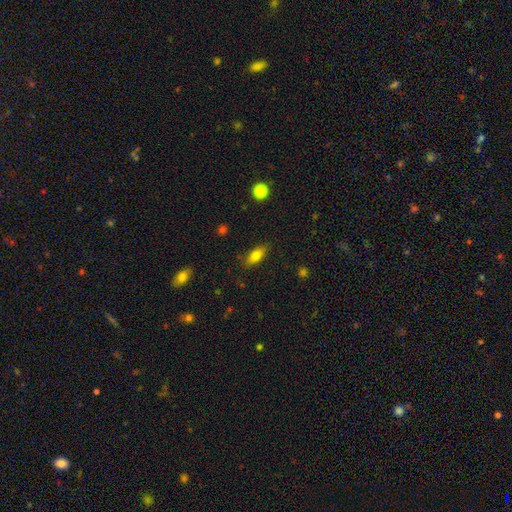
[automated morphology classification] Smooth or featured: smooth — 76% (featured or disk — 16%)
How rounded: in between — 75% (cigar-shaped — 21%)
Merging: none — 84% (minor disturbance — 12%)